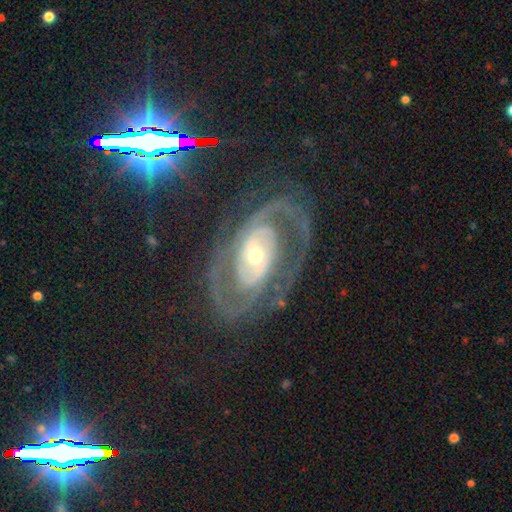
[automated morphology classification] smooth-or-featured: featured or disk: 87% | smooth: 8% | star or artifact: 5%
  disk-edge-on: no: 96% | yes: 4%
    bar: no: 69% | weak: 20% | strong: 10%
    has-spiral-arms: yes: 88% | no: 12%
      spiral-winding: tight: 52% | medium: 35% | loose: 13%
      spiral-arm-count: 2: 61% | can't tell: 17% | 3: 8% | 1: 7% | 4: 4% | more than 4: 4%
    bulge-size: moderate: 54% | small: 39% | large: 5% | dominant: 1% | none: 1%
  merging: none: 70% | minor disturbance: 15% | major disturbance: 13% | merger: 2%